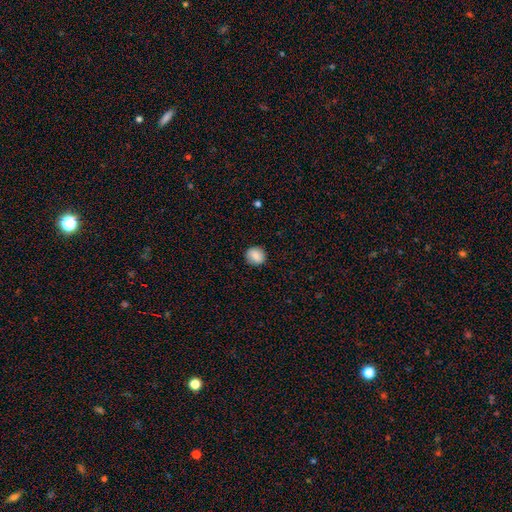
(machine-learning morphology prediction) The model was most divided on "how rounded": round: 83%, in between: 16%, cigar-shaped: 1%. More confident: merging — none (88%); smooth or featured — smooth (85%).